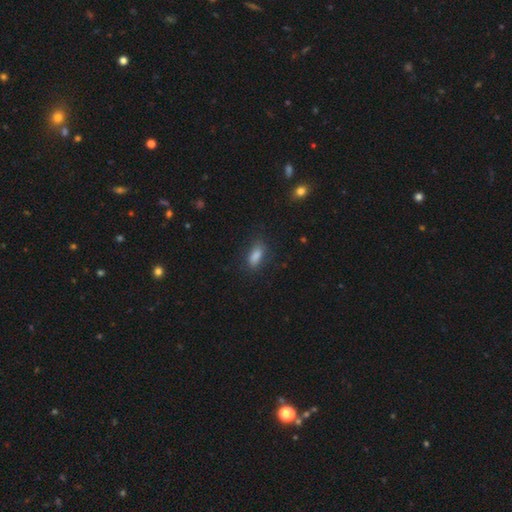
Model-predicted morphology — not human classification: Q: Smooth or featured?
A: smooth (81%); runner-up: star or artifact (11%)
Q: How rounded?
A: in between (75%); runner-up: cigar-shaped (20%)
Q: Merging?
A: none (78%); runner-up: minor disturbance (16%)